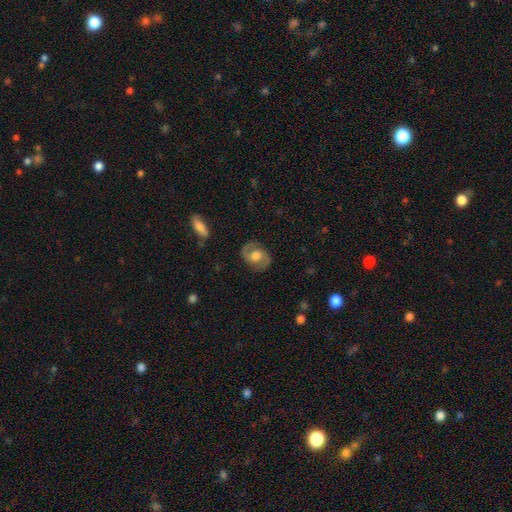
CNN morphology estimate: featured or disk 68%, smooth 26%, star or artifact 7%. Down the decision tree: edge-on disk — no (97%); bar — no (54%); spiral arms — yes (85%); spiral arm count — 2 (90%); spiral winding — medium (53%); bulge size — moderate (58%); merging — none (81%).